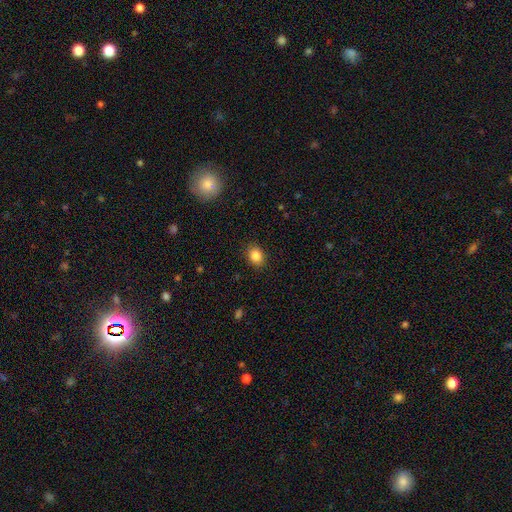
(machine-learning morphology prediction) A smooth galaxy with no disk features (86%) that is in between round and cigar-shaped (60%).

Vote fractions:
- Smooth or featured? smooth: 86% / star or artifact: 9% / featured or disk: 5%
- How rounded? in between: 60% / round: 39% / cigar-shaped: 1%
- Merging? none: 88% / minor disturbance: 9% / major disturbance: 2% / merger: 1%